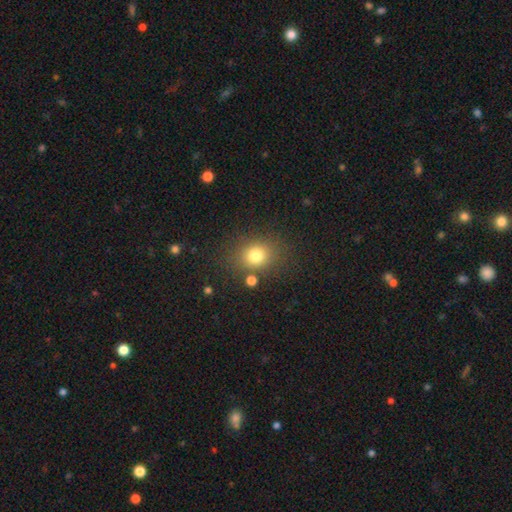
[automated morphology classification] smooth-or-featured: smooth: 77% | star or artifact: 15% | featured or disk: 9%
  how-rounded: round: 67% | in between: 32% | cigar-shaped: 1%
  merging: none: 79% | minor disturbance: 11% | merger: 6% | major disturbance: 5%